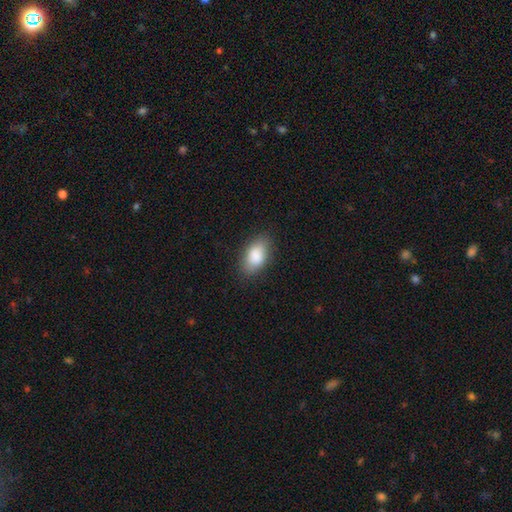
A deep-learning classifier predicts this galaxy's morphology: smooth-or-featured: smooth: 87% | featured or disk: 7% | star or artifact: 7%
  how-rounded: in between: 92% | round: 5% | cigar-shaped: 3%
  merging: none: 82% | minor disturbance: 13% | major disturbance: 3% | merger: 1%